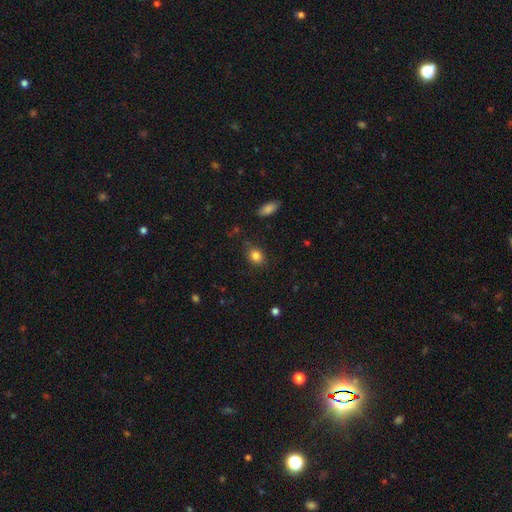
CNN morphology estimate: A smooth galaxy with no disk features (84%) that is in between round and cigar-shaped (54%). Merging: none (79%).